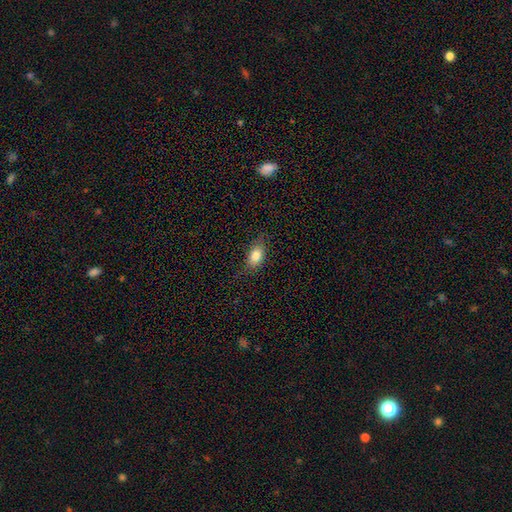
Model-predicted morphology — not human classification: A smooth galaxy with no disk features (80%) that is in between round and cigar-shaped (82%). Merging: none (77%).